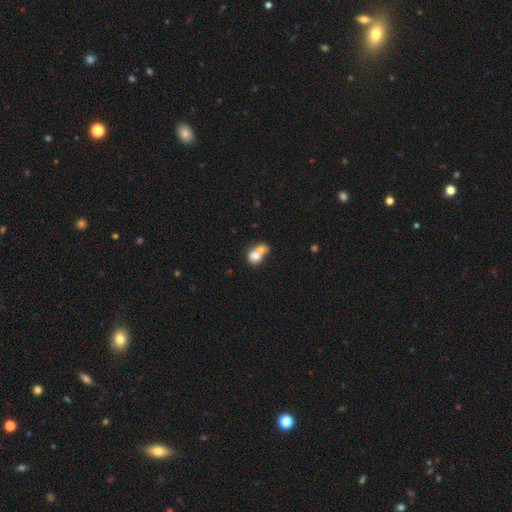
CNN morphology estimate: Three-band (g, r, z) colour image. It shows a smooth galaxy with no disk features (71%) that is round (59%). Merging: merger (71%).